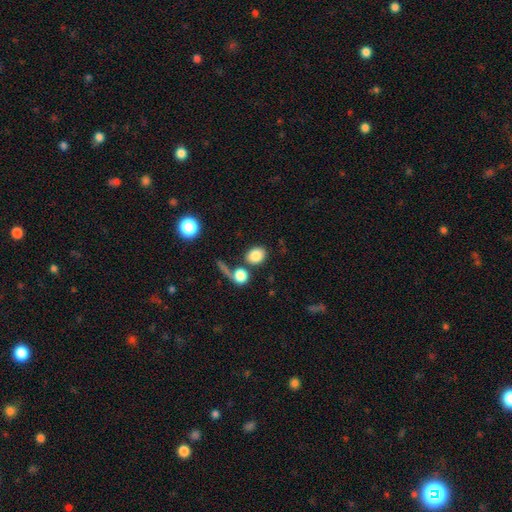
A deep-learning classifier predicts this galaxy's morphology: A smooth galaxy with no disk features (83%) that is round (52%). Merging: none (67%).